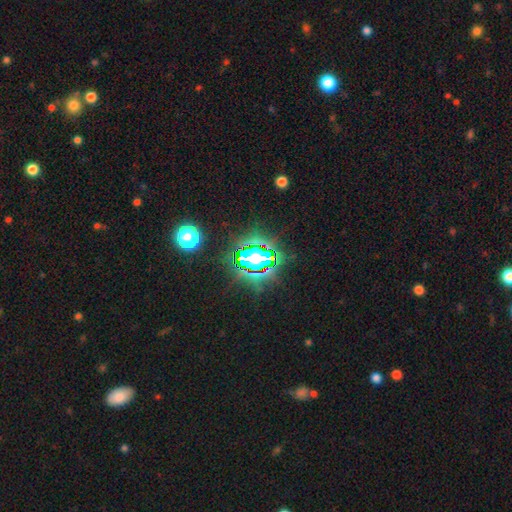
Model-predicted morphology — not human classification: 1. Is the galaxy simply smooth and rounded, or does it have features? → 80% star or artifact, 12% smooth, 8% featured or disk.